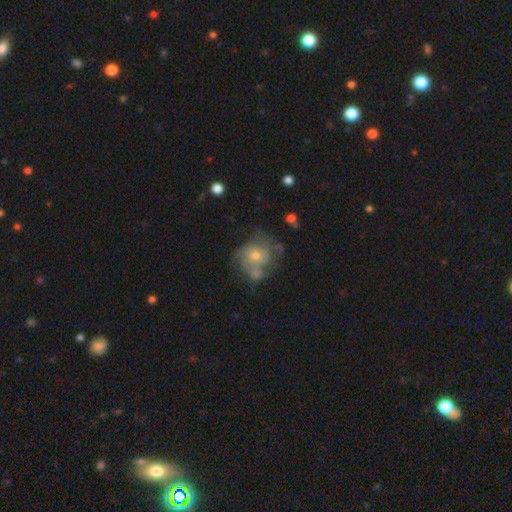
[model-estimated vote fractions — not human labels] Smooth or featured? Predicted: featured or disk (p=0.62). Edge-on disk? Predicted: no (p=0.98). Bar? Predicted: no (p=0.81). Spiral arms? Predicted: yes (p=0.70). Bulge size? Predicted: small (p=0.51). Merging? Predicted: none (p=0.49).